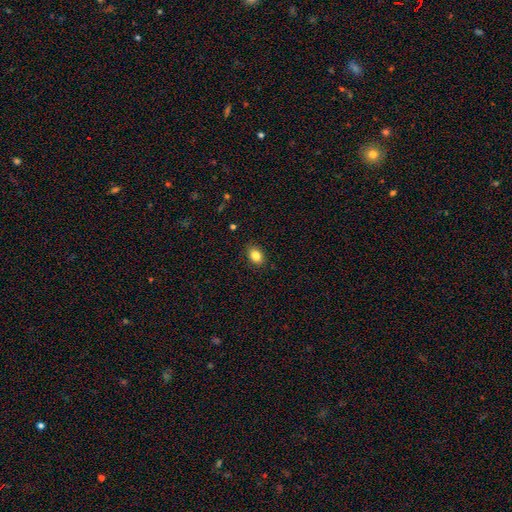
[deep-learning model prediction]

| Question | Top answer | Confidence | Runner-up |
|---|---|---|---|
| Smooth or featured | smooth | 85% | star or artifact (9%) |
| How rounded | in between | 72% | round (27%) |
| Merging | none | 87% | minor disturbance (10%) |